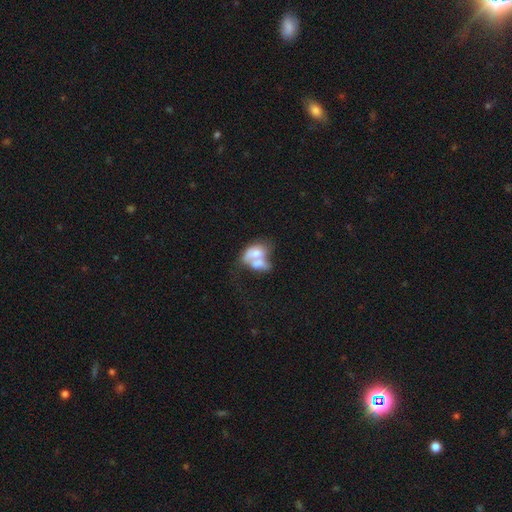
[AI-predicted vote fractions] smooth_or_featured: smooth (p=0.57) [alt: featured or disk p=0.35]
how_rounded: in between (p=0.75) [alt: round p=0.23]
merging: merger (p=0.72) [alt: none p=0.12]